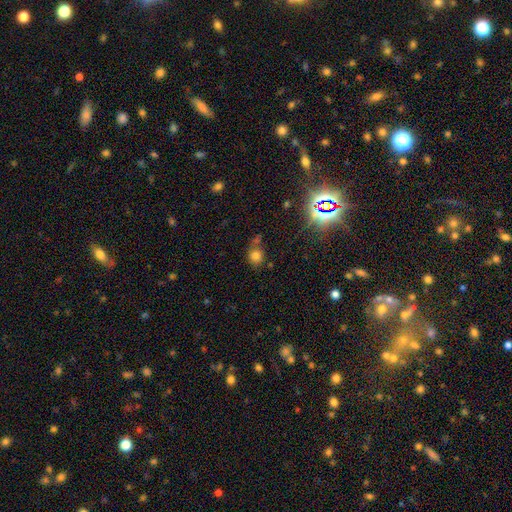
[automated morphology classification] A smooth galaxy with no disk features (75%) that is round (79%).

Vote fractions:
- Smooth or featured? smooth: 75% / star or artifact: 17% / featured or disk: 8%
- How rounded? round: 79% / in between: 20% / cigar-shaped: 1%
- Merging? none: 60% / minor disturbance: 17% / merger: 16% / major disturbance: 6%